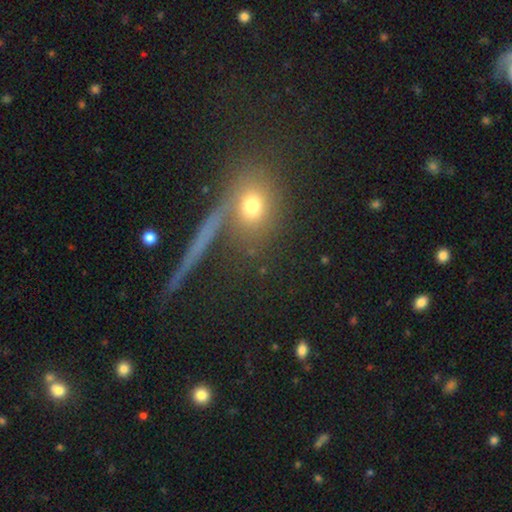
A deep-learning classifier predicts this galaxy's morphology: smooth 51%, star or artifact 29%, featured or disk 20%. Down the decision tree: how rounded — round (68%); merging — none (68%).